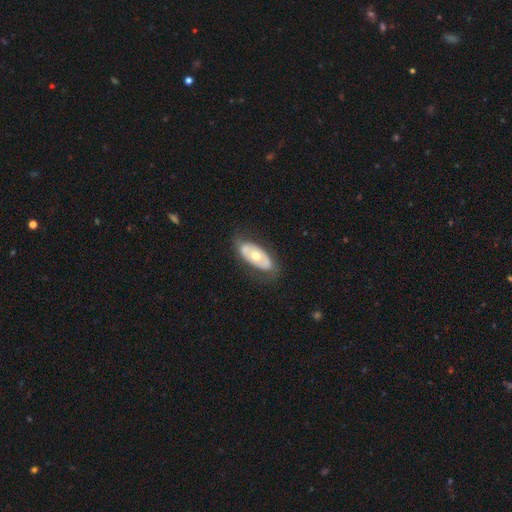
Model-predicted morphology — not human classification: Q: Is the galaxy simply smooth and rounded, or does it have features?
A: featured or disk — 55%.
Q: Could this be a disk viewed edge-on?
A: no — 85%.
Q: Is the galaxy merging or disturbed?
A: none — 77%.